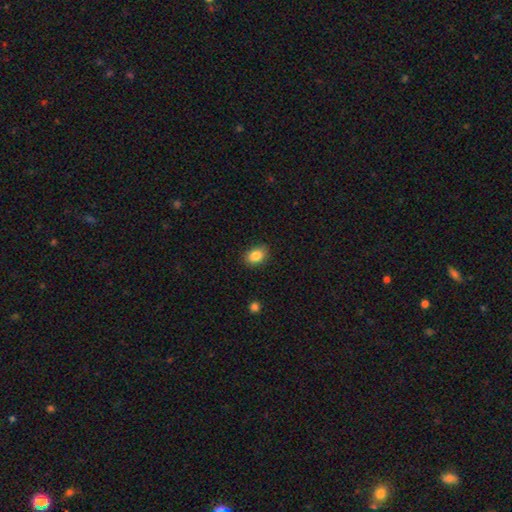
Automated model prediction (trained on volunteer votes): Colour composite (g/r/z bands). It shows a smooth galaxy with no disk features (86%) that is in between round and cigar-shaped (76%). Merging: none (86%).